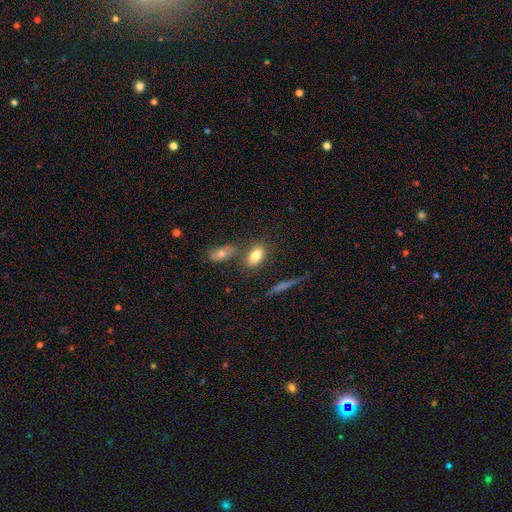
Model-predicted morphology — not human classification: Smooth or featured: smooth — 80% (featured or disk — 12%)
How rounded: in between — 86% (round — 9%)
Merging: none — 67% (merger — 15%)